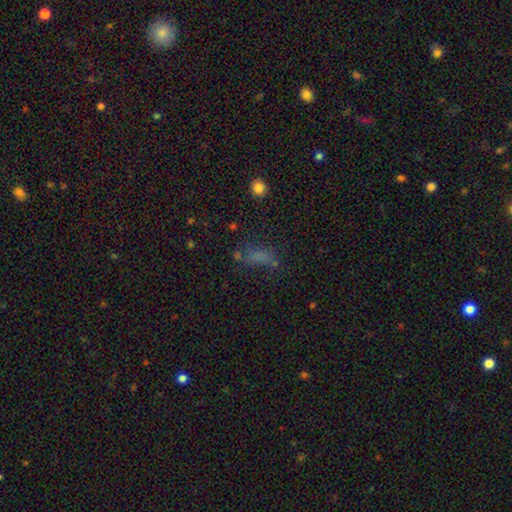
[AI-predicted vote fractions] Q: Smooth or featured?
A: smooth (40%); runner-up: star or artifact (38%)
Q: Merging?
A: none (57%); runner-up: minor disturbance (20%)